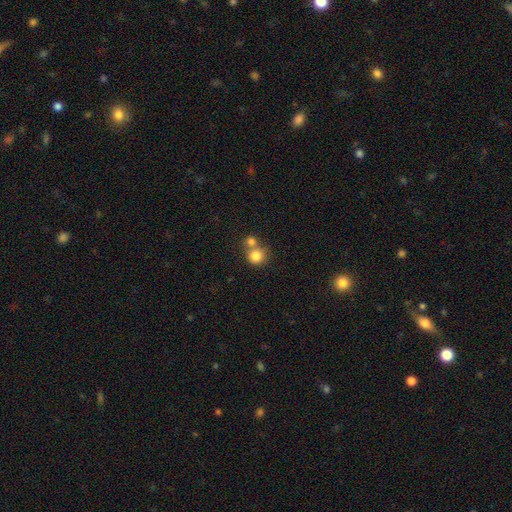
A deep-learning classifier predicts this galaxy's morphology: A smooth galaxy with no disk features (82%) that is round (88%). Merging: none (46%).